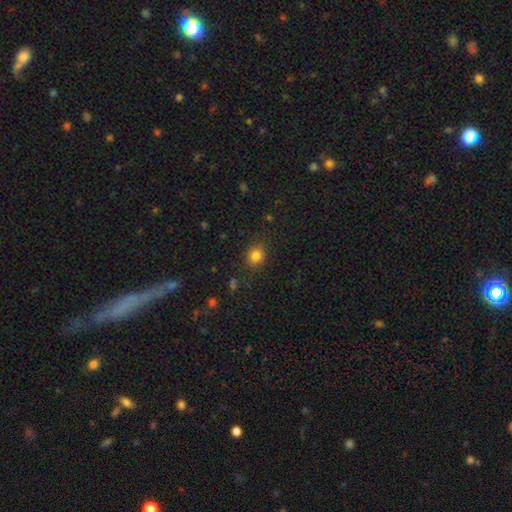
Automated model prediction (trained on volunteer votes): The model was most divided on "how rounded": round: 73%, in between: 26%, cigar-shaped: 1%. More confident: merging — none (83%); smooth or featured — smooth (82%).